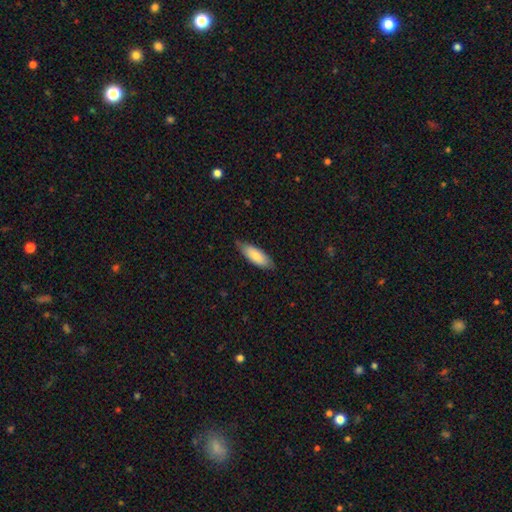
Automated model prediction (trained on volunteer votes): A smooth galaxy with no disk features (79%) that is in between round and cigar-shaped (69%). Merging: none (75%).